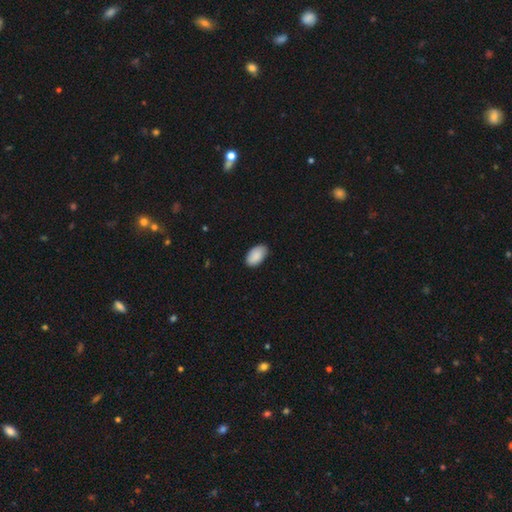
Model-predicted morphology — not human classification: Smooth or featured? Predicted: smooth (p=0.90). How rounded? Predicted: in between (p=0.95). Merging? Predicted: none (p=0.85).